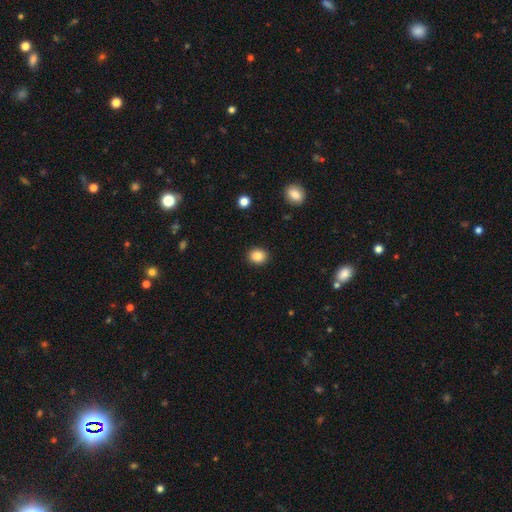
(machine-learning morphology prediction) Smooth or featured? Predicted: smooth (p=0.86). How rounded? Predicted: round (p=0.74). Merging? Predicted: none (p=0.92).